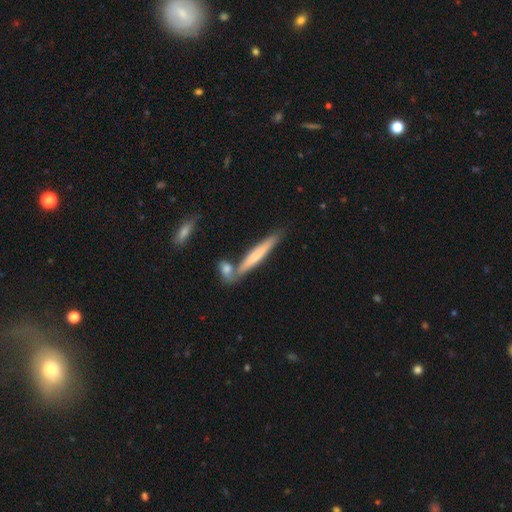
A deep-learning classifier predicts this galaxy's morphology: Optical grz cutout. It shows a smooth galaxy with no disk features (58%) that is cigar-shaped (92%). Merging: none (67%).